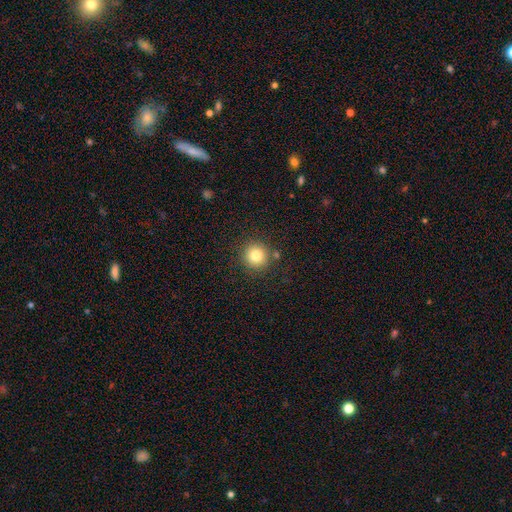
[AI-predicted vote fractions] Smooth or featured: smooth — 80% (star or artifact — 12%)
How rounded: round — 95% (in between — 5%)
Merging: none — 86% (minor disturbance — 7%)